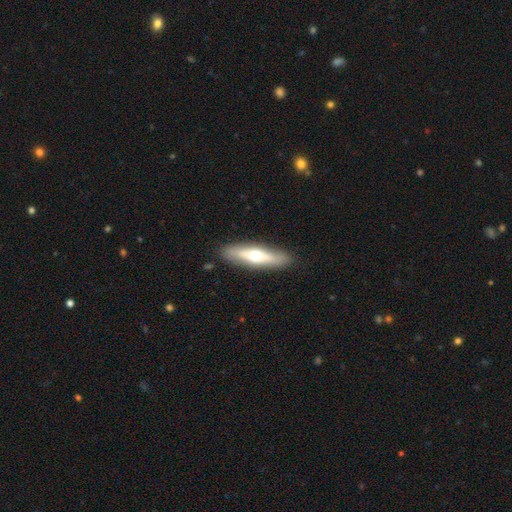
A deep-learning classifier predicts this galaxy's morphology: A smooth galaxy with no disk features (49%).

Vote fractions:
- Smooth or featured? smooth: 49% / featured or disk: 45% / star or artifact: 5%
- Merging? none: 87% / minor disturbance: 9% / major disturbance: 2% / merger: 1%